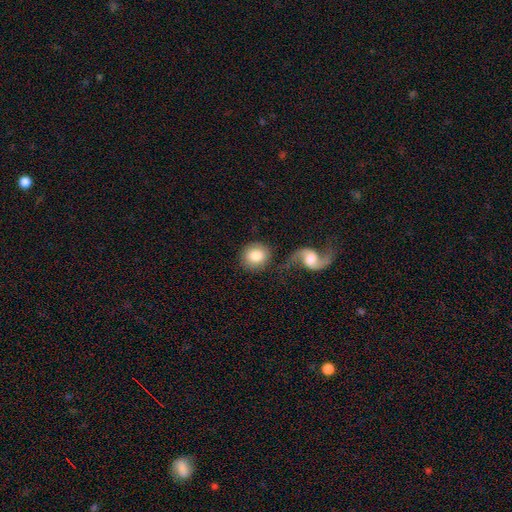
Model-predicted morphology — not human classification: Overall: smooth (80%). How rounded: round (81%). Merging: none (65%).